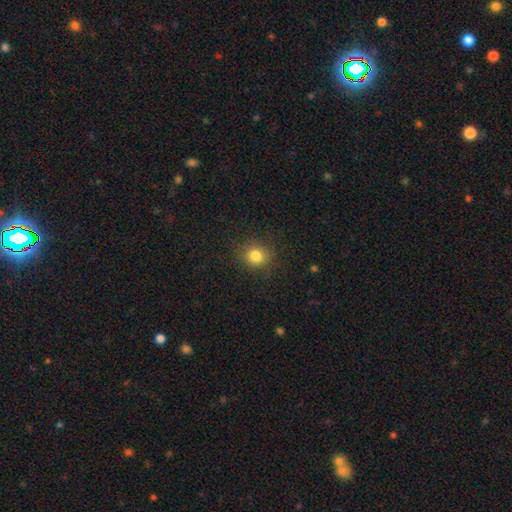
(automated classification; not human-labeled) Smooth or featured: smooth — 82% (star or artifact — 13%)
How rounded: round — 80% (in between — 20%)
Merging: none — 83% (minor disturbance — 12%)